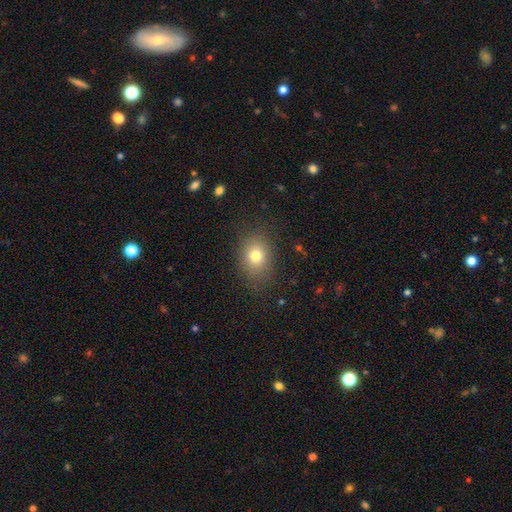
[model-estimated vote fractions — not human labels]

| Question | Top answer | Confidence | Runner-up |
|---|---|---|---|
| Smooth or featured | smooth | 77% | star or artifact (12%) |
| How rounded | in between | 58% | round (41%) |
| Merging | none | 82% | minor disturbance (12%) |